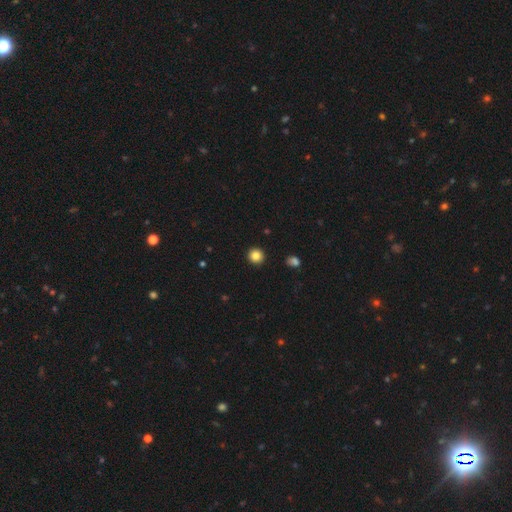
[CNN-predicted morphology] Smooth or featured?
  - smooth: 85% *
  - star or artifact: 10%
  - featured or disk: 5%
How rounded?
  - round: 93% *
  - in between: 6%
  - cigar-shaped: 1%
Merging?
  - none: 93% *
  - minor disturbance: 4%
  - major disturbance: 1%
  - merger: 1%